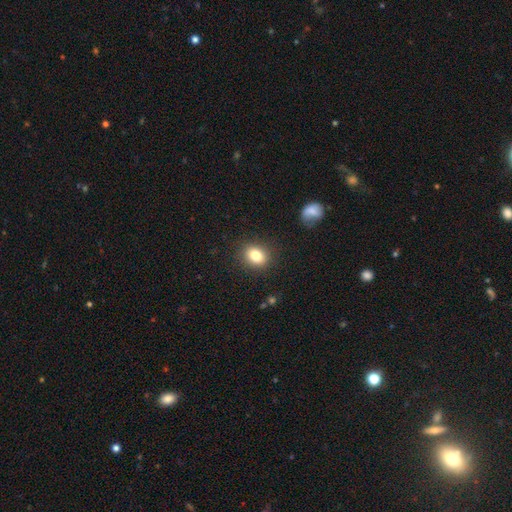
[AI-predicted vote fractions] A smooth galaxy with no disk features (82%) that is in between round and cigar-shaped (50%). Merging: none (88%).